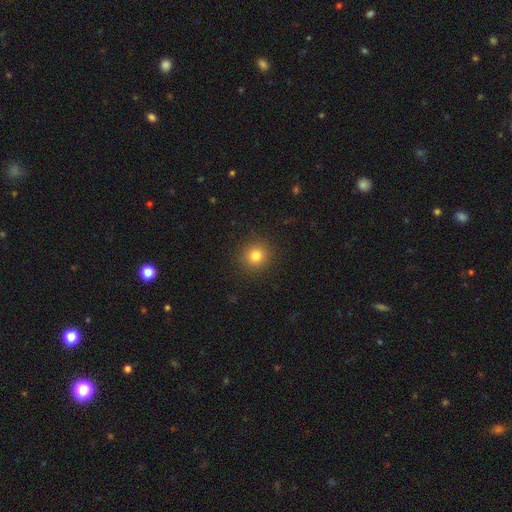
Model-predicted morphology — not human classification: Smooth or featured?
  - smooth: 80% *
  - star or artifact: 13%
  - featured or disk: 7%
How rounded?
  - round: 92% *
  - in between: 7%
  - cigar-shaped: 1%
Merging?
  - none: 91% *
  - minor disturbance: 6%
  - major disturbance: 2%
  - merger: 1%